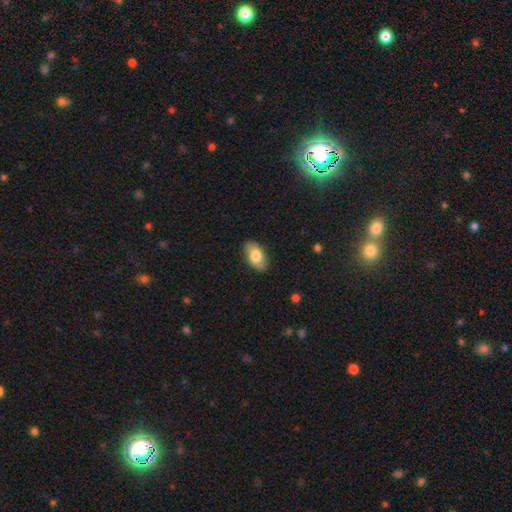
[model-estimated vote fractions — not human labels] Smooth or featured: smooth — 74% (featured or disk — 20%)
How rounded: in between — 93% (round — 5%)
Merging: none — 86% (minor disturbance — 11%)